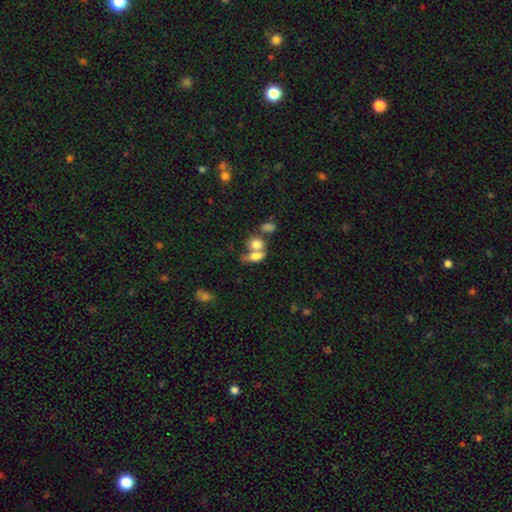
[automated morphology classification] Smooth or featured? Predicted: smooth (p=0.73). How rounded? Predicted: in between (p=0.74). Merging? Predicted: merger (p=0.56).